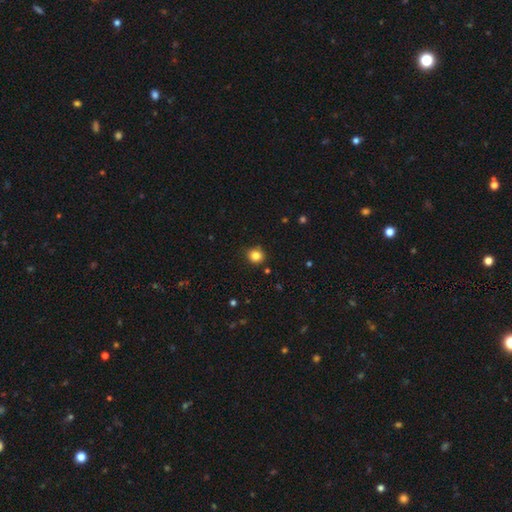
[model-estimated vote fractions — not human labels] This appears to be a smooth galaxy with no disk features (84%) that is round (88%). Merging: none (88%).